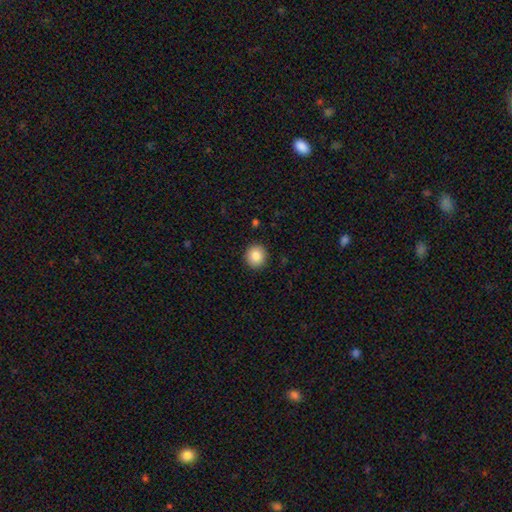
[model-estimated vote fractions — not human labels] Q: Smooth or featured?
A: smooth (86%); runner-up: star or artifact (9%)
Q: How rounded?
A: round (89%); runner-up: in between (10%)
Q: Merging?
A: none (92%); runner-up: minor disturbance (6%)